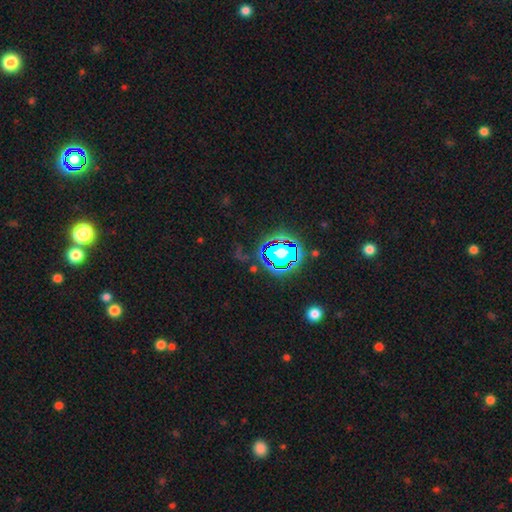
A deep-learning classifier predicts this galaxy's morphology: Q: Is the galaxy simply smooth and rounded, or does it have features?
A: star or artifact — 81%.